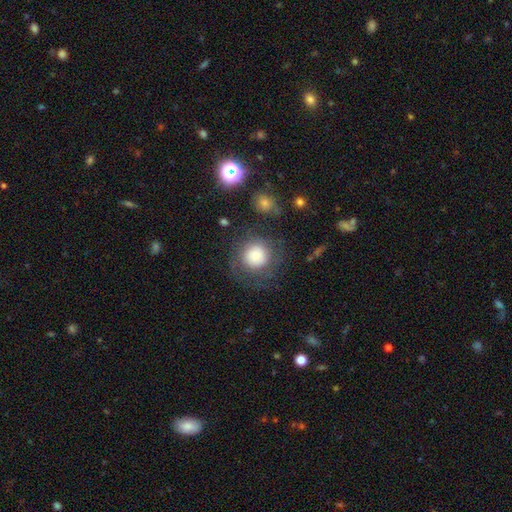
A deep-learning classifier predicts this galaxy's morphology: smooth_or_featured: smooth (p=0.73) [alt: featured or disk p=0.18]
how_rounded: round (p=0.92) [alt: in between p=0.07]
merging: none (p=0.71) [alt: minor disturbance p=0.14]